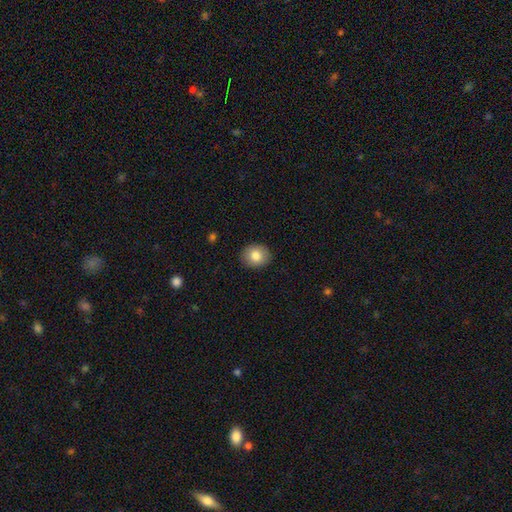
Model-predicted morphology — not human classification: type=smooth (82%); roundness=round (63%); merging=none (89%).